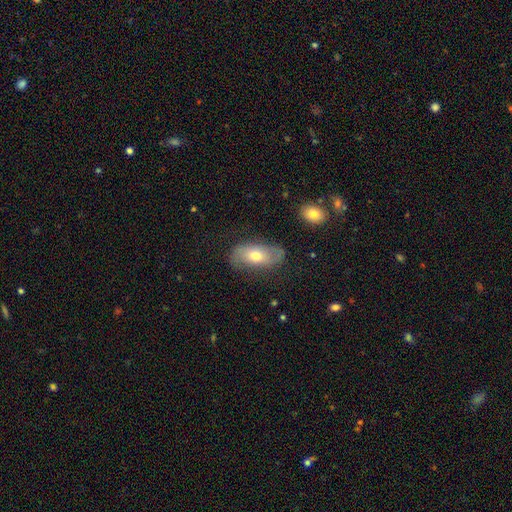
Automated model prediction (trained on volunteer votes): The model was most divided on "smooth or featured": smooth: 52%, featured or disk: 40%, star or artifact: 7%. More confident: how rounded — in between (89%); merging — none (72%).